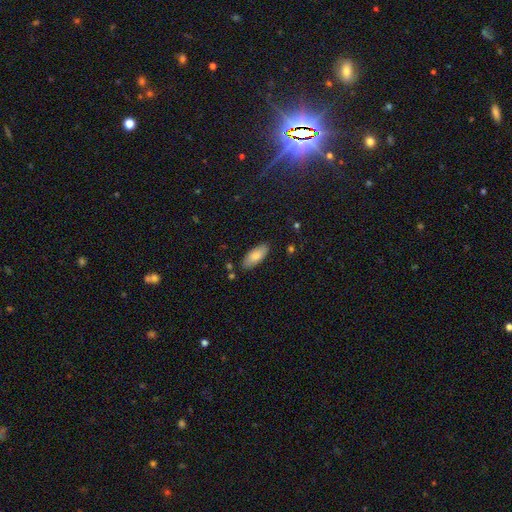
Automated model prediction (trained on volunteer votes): A smooth galaxy with no disk features (80%) that is in between round and cigar-shaped (83%). Merging: none (84%).